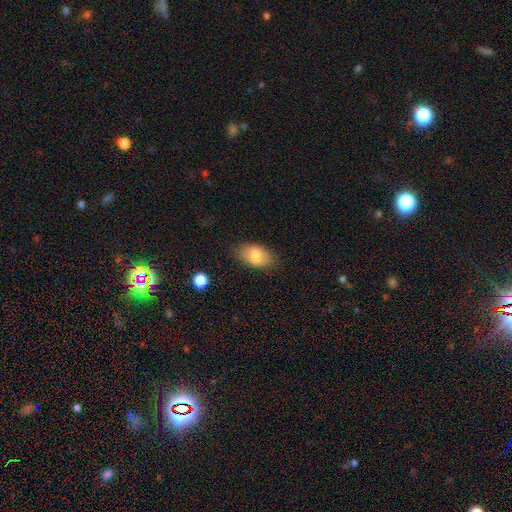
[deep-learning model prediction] smooth_or_featured: smooth (p=0.79) [alt: featured or disk p=0.14]
how_rounded: in between (p=0.92) [alt: round p=0.07]
merging: none (p=0.78) [alt: minor disturbance p=0.16]